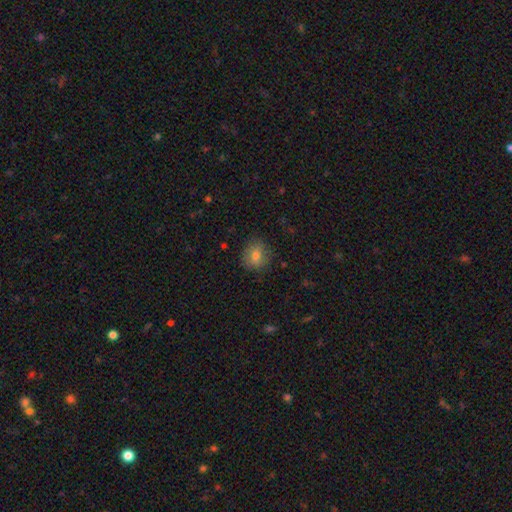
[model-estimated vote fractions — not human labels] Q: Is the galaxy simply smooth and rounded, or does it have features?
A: smooth — 75%.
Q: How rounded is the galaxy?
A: round — 68%.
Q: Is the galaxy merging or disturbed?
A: none — 83%.